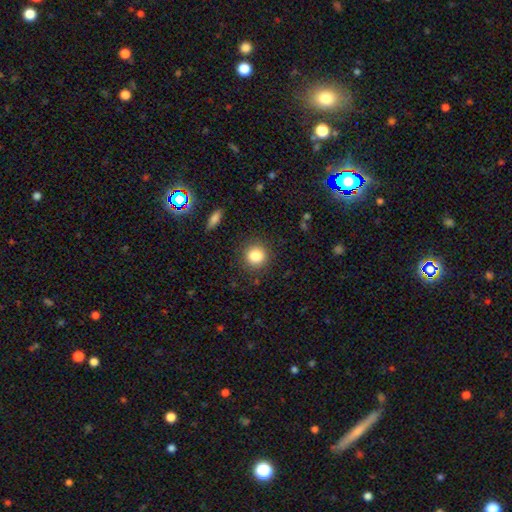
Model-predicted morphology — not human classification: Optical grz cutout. It shows a smooth galaxy with no disk features (84%) that is round (90%). Merging: none (88%).